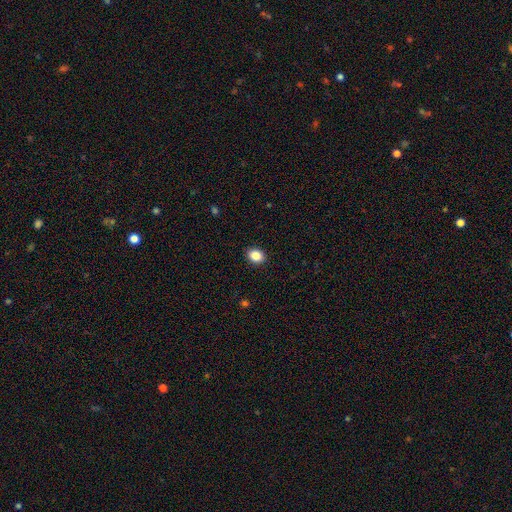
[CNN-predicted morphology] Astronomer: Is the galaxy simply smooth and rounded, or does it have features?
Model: smooth — 86%.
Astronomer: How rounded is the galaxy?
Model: in between — 53% (runner-up: round, 46%).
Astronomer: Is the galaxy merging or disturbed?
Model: none — 91%.